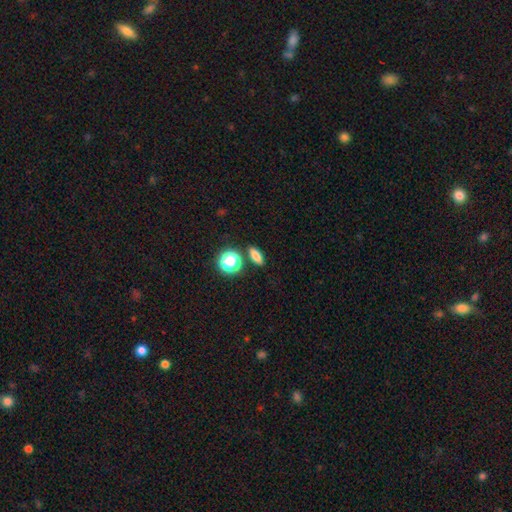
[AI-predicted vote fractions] The model was most divided on "how rounded": in between: 62%, round: 20%, cigar-shaped: 18%. More confident: merging — none (84%); smooth or featured — smooth (77%).